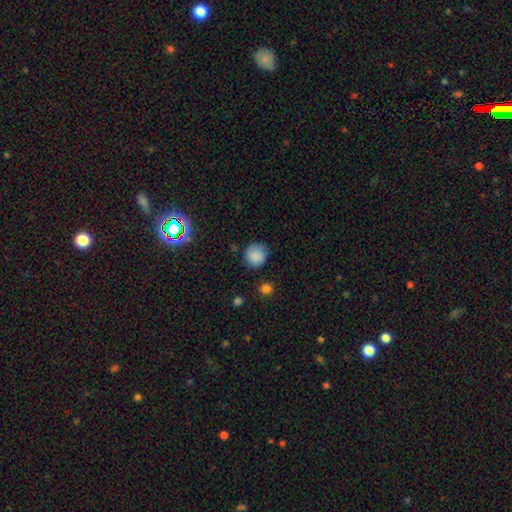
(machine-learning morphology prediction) Overall: smooth (85%). How rounded: round (88%). Merging: none (74%).